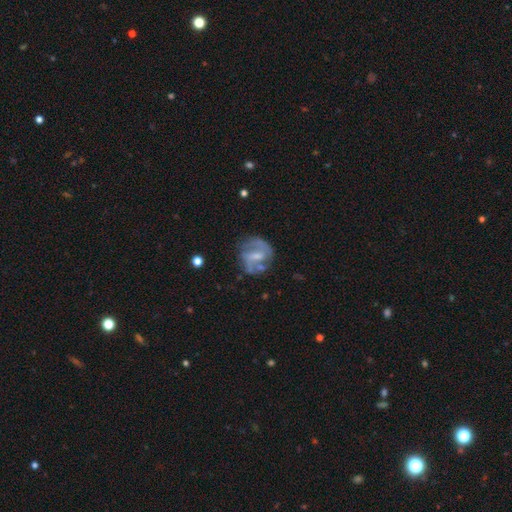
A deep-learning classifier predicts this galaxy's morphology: Smooth or featured? featured or disk (70%)
Edge-on disk? no (97%)
Bar? weak (51%)
Spiral arms? yes (76%)
Spiral winding? medium (46%)
Spiral arm count? 2 (68%)
Bulge size? small (40%)
Merging? none (59%)